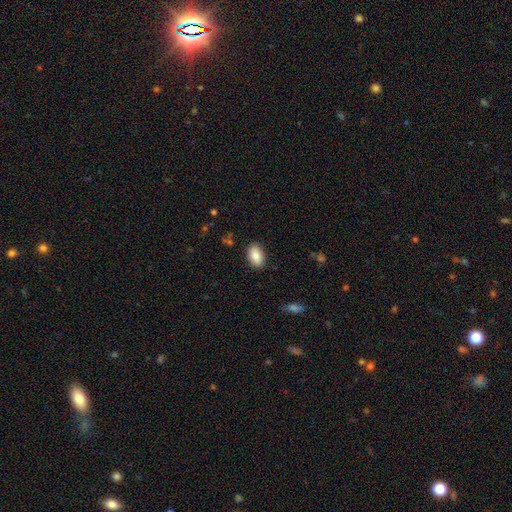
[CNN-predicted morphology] Smooth or featured?
  - smooth: 85% *
  - featured or disk: 8%
  - star or artifact: 7%
How rounded?
  - in between: 91% *
  - round: 7%
  - cigar-shaped: 1%
Merging?
  - none: 87% *
  - minor disturbance: 9%
  - major disturbance: 2%
  - merger: 1%